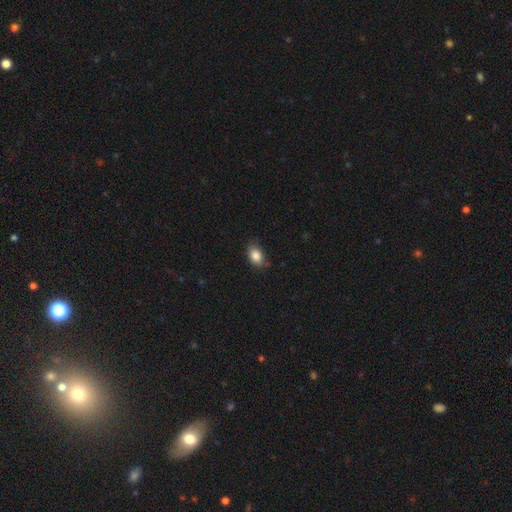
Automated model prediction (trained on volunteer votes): Smooth or featured: smooth — 85% (star or artifact — 8%)
How rounded: in between — 82% (round — 16%)
Merging: none — 77% (minor disturbance — 18%)